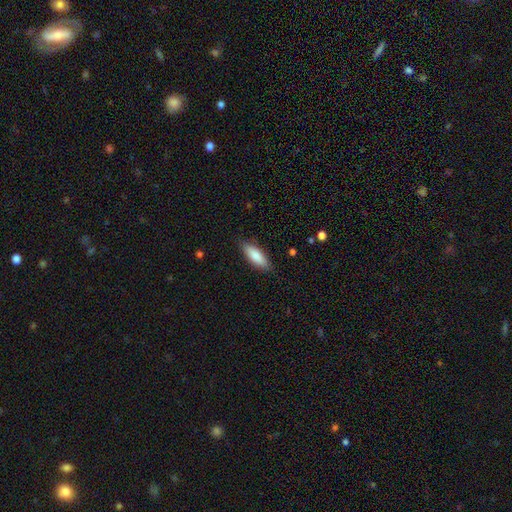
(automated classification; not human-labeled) smooth 83%, featured or disk 11%, star or artifact 6%. Down the decision tree: how rounded — in between (64%); merging — none (84%).